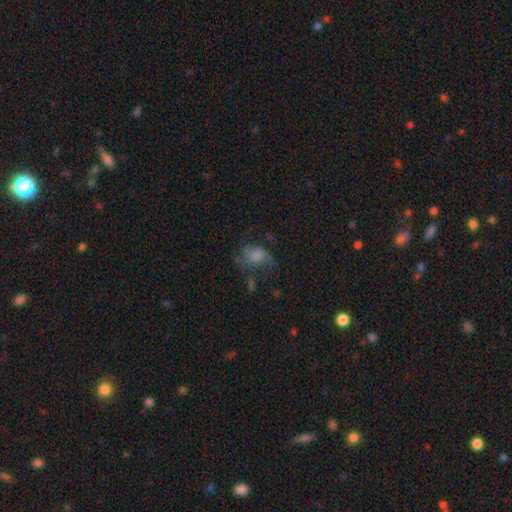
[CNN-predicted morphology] The model was most divided on "merging": none: 37%, major disturbance: 33%, minor disturbance: 26%, merger: 4%. More confident: how rounded — in between (69%); smooth or featured — smooth (58%).